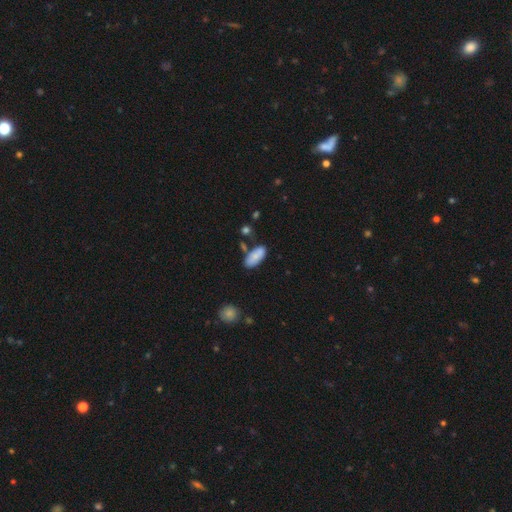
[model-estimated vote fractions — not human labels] Smooth or featured: smooth — 80% (featured or disk — 14%)
How rounded: in between — 87% (cigar-shaped — 11%)
Merging: none — 64% (minor disturbance — 20%)